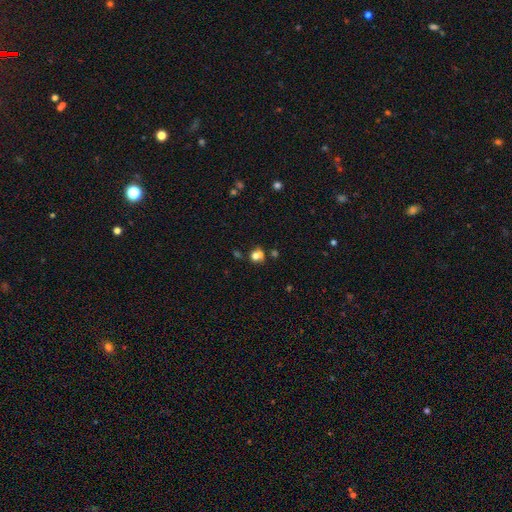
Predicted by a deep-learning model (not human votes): smooth-or-featured: smooth: 70% | star or artifact: 15% | featured or disk: 15%
  how-rounded: round: 76% | in between: 23% | cigar-shaped: 1%
  merging: none: 43% | merger: 37% | minor disturbance: 13% | major disturbance: 7%